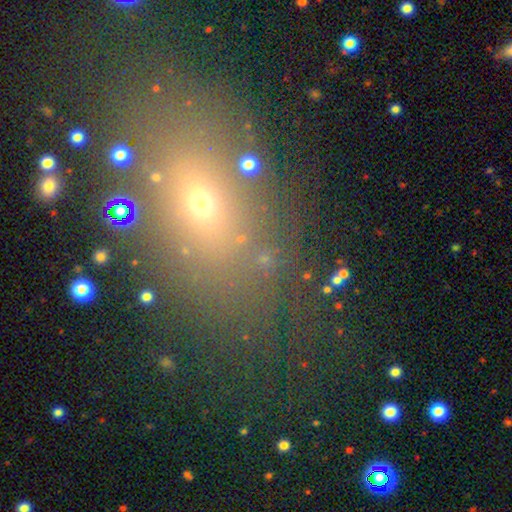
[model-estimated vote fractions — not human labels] Smooth or featured? Predicted: smooth (p=0.56). How rounded? Predicted: in between (p=0.73). Merging? Predicted: none (p=0.74).